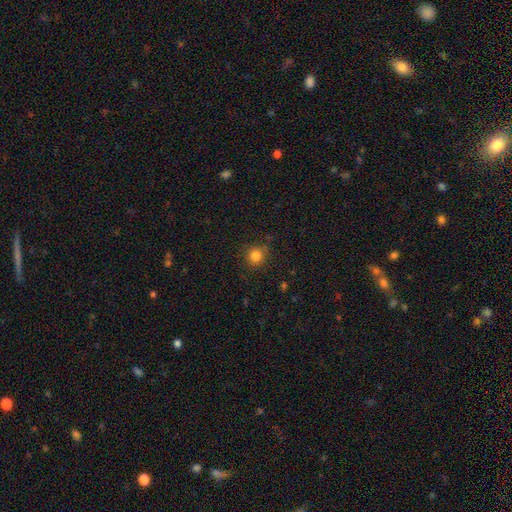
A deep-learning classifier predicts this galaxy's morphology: This is clearly a smooth galaxy (82%). How rounded: clearly round (91%). Merging: clearly none (84%).